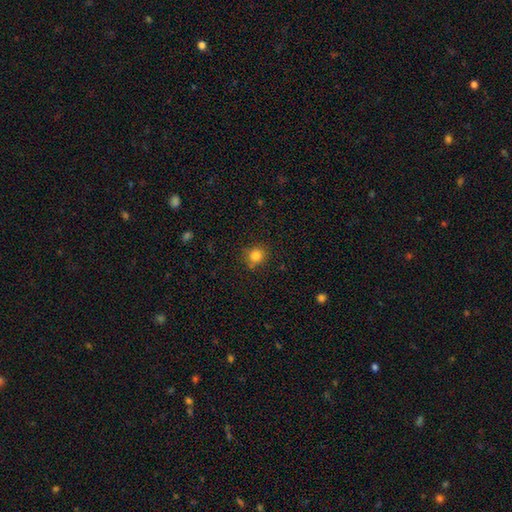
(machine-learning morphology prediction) smooth_or_featured: smooth (p=0.82) [alt: star or artifact p=0.12]
how_rounded: round (p=0.86) [alt: in between p=0.14]
merging: none (p=0.81) [alt: minor disturbance p=0.13]